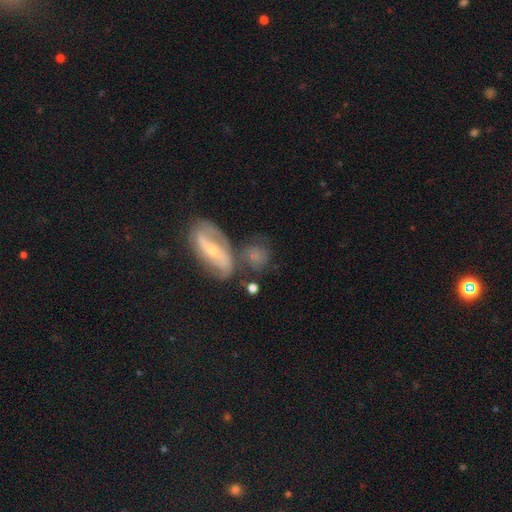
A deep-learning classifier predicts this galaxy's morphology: Q: Smooth or featured?
A: featured or disk (46%); runner-up: smooth (44%)
Q: Merging?
A: none (48%); runner-up: merger (29%)